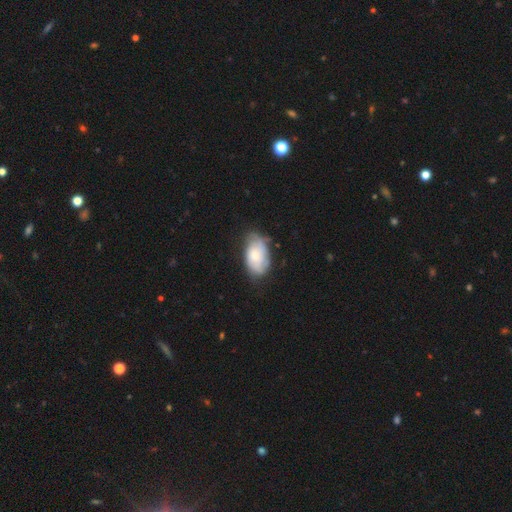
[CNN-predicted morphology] smooth-or-featured: smooth: 54% | featured or disk: 39% | star or artifact: 7%
  how-rounded: in between: 92% | round: 6% | cigar-shaped: 2%
  merging: none: 54% | minor disturbance: 32% | major disturbance: 11% | merger: 2%